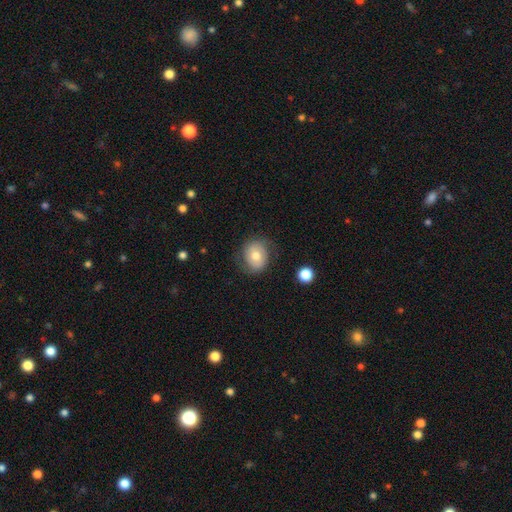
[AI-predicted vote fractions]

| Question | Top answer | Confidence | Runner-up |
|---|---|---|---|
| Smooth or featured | smooth | 62% | featured or disk (29%) |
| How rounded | round | 57% | in between (42%) |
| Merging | none | 72% | minor disturbance (19%) |